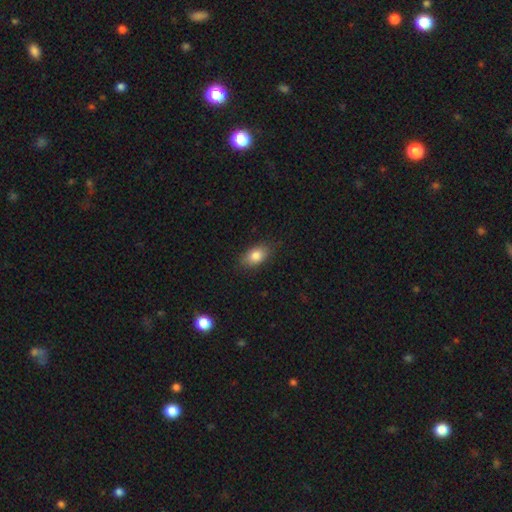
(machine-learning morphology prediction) Smooth or featured: smooth — 83% (featured or disk — 9%)
How rounded: in between — 87% (round — 10%)
Merging: none — 82% (minor disturbance — 13%)